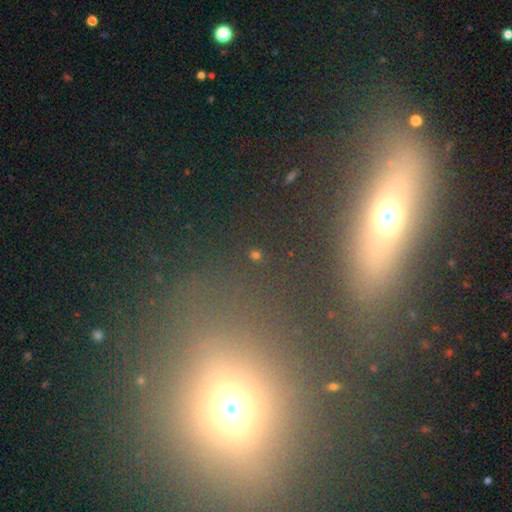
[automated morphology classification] type=star or artifact (49%).